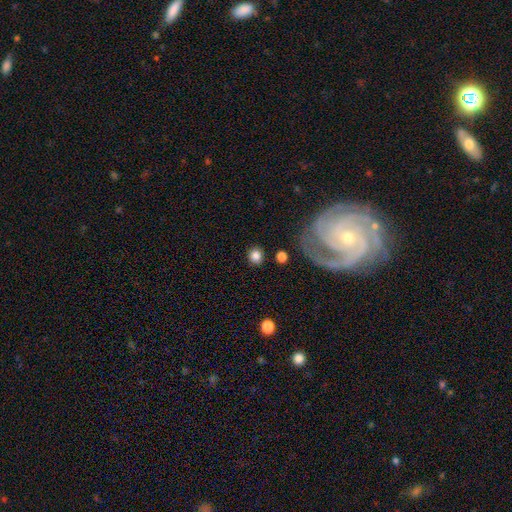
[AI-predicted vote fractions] Q: Smooth or featured?
A: smooth (82%); runner-up: star or artifact (10%)
Q: How rounded?
A: round (82%); runner-up: in between (17%)
Q: Merging?
A: none (86%); runner-up: minor disturbance (8%)